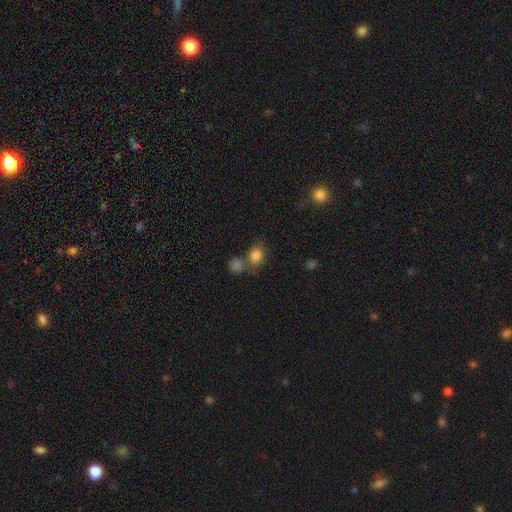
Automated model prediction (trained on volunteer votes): Q: Smooth or featured?
A: smooth (82%); runner-up: star or artifact (11%)
Q: How rounded?
A: round (54%); runner-up: in between (44%)
Q: Merging?
A: none (51%); runner-up: merger (32%)